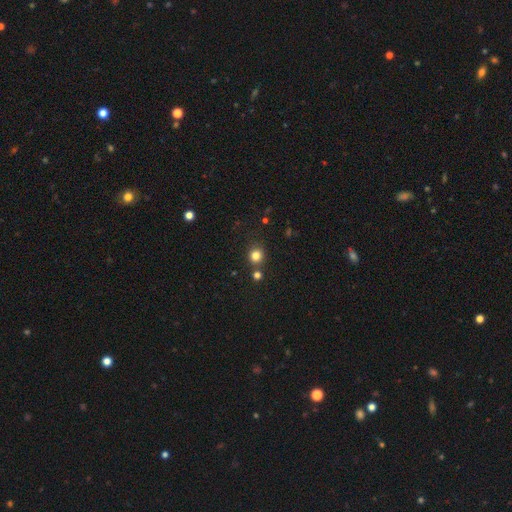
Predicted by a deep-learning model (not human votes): Overall: smooth (80%). How rounded: round (86%). Merging: none (77%).